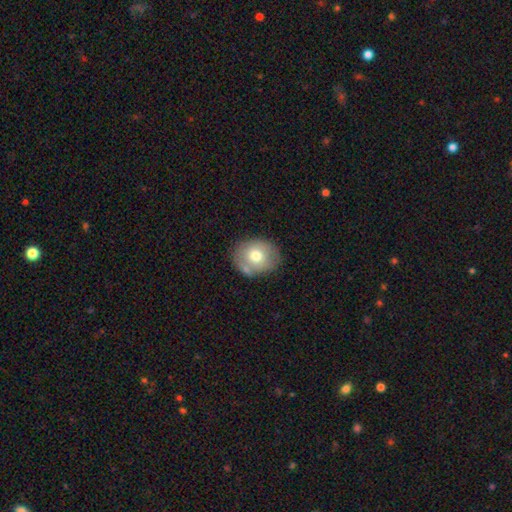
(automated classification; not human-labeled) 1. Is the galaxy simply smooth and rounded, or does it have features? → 70% smooth, 22% featured or disk, 8% star or artifact.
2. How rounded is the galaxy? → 59% round, 40% in between, 1% cigar-shaped.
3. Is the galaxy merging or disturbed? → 68% none, 18% minor disturbance, 10% merger, 5% major disturbance.